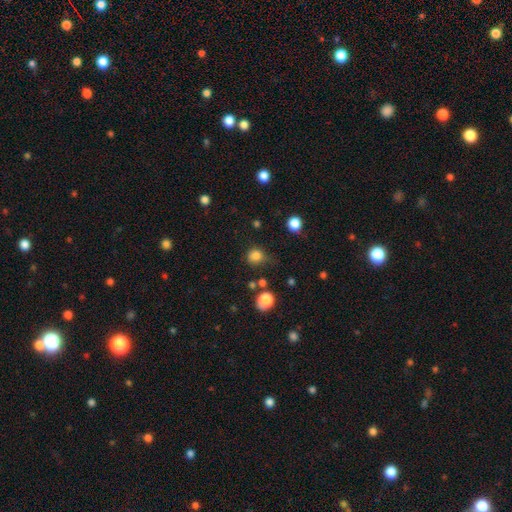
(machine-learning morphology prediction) This is clearly a smooth galaxy (81%). How rounded: clearly round (85%). Merging: likely none (68%).